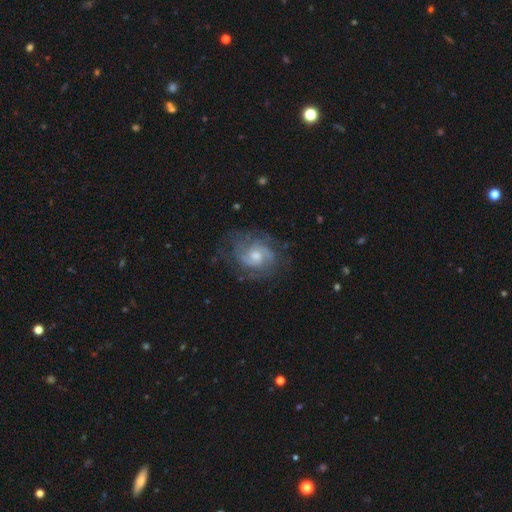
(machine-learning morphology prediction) Q: Smooth or featured?
A: featured or disk (80%); runner-up: smooth (12%)
Q: Edge-on disk?
A: no (97%); runner-up: yes (3%)
Q: Bar?
A: no (65%); runner-up: weak (31%)
Q: Spiral arms?
A: yes (93%); runner-up: no (7%)
Q: Spiral winding?
A: tight (47%); runner-up: medium (41%)
Q: Spiral arm count?
A: 2 (45%); runner-up: can't tell (27%)
Q: Bulge size?
A: moderate (57%); runner-up: small (33%)
Q: Merging?
A: none (72%); runner-up: minor disturbance (17%)